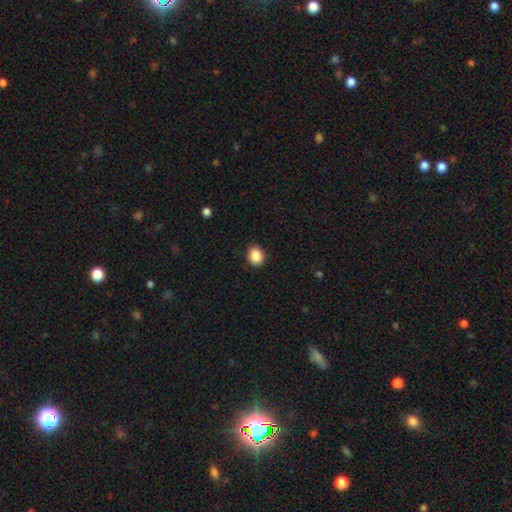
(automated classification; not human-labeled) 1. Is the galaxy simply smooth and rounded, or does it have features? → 88% smooth, 9% star or artifact, 3% featured or disk.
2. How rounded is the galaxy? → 64% round, 35% in between, 1% cigar-shaped.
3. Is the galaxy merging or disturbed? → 90% none, 7% minor disturbance, 2% major disturbance, 1% merger.